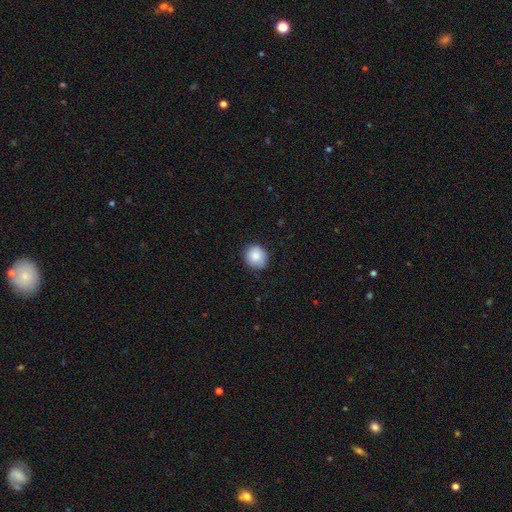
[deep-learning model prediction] This appears to be a smooth galaxy with no disk features (87%) that is round (80%). Merging: none (83%).